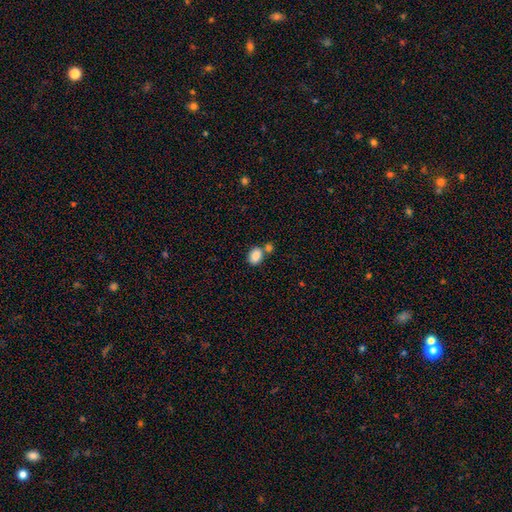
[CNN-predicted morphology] Smooth or featured? Predicted: smooth (p=0.87). How rounded? Predicted: in between (p=0.71). Merging? Predicted: none (p=0.58).